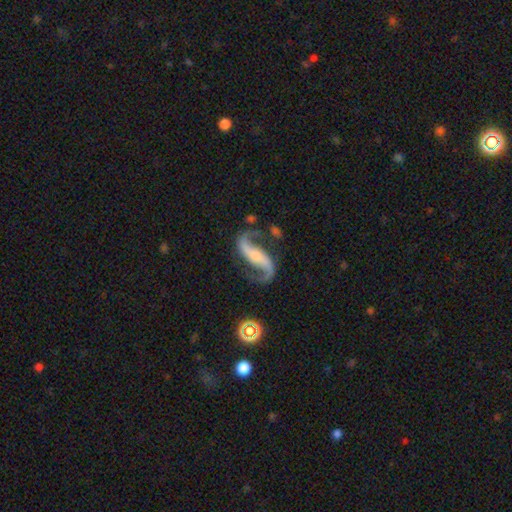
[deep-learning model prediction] featured or disk 90%, smooth 5%, star or artifact 5%. Down the decision tree: edge-on disk — no (96%); bar — strong (37%); spiral arms — yes (97%); spiral arm count — 2 (93%); spiral winding — loose (78%); bulge size — small (40%); merging — none (74%).